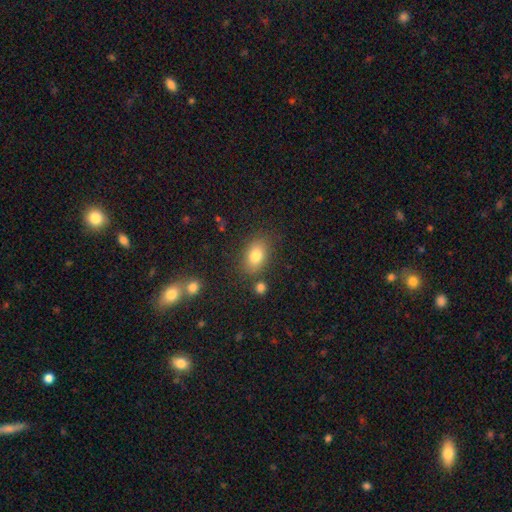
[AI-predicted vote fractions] Overall: smooth (79%). How rounded: in between (82%). Merging: none (78%).